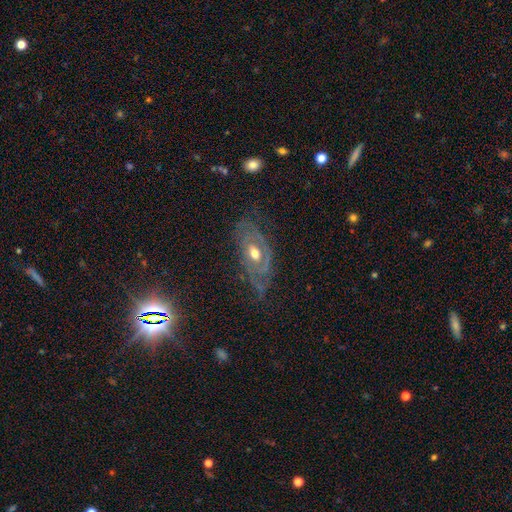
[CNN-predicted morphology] type=featured or disk (68%); edge-on=no (86%); bar=no (71%); spiral arms=yes (71%); bulge=moderate (63%); merging=none (68%).